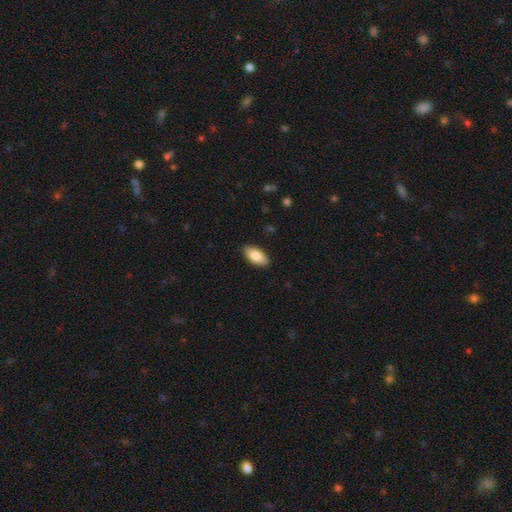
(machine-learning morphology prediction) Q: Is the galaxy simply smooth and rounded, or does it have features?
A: smooth — 84%.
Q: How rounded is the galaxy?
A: in between — 92%.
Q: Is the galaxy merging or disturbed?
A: none — 89%.